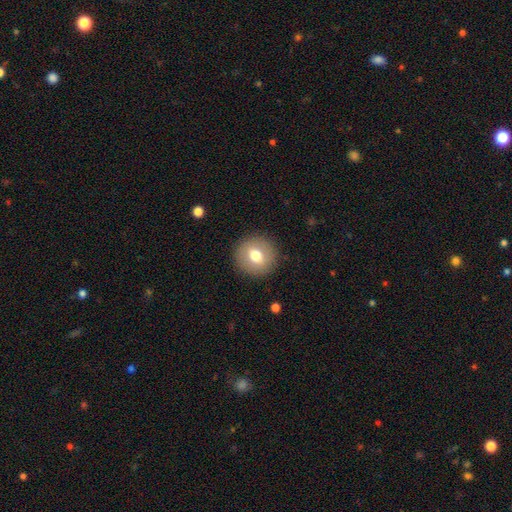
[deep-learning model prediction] This is likely a smooth galaxy (70%). How rounded: clearly round (91%). Merging: clearly none (90%).